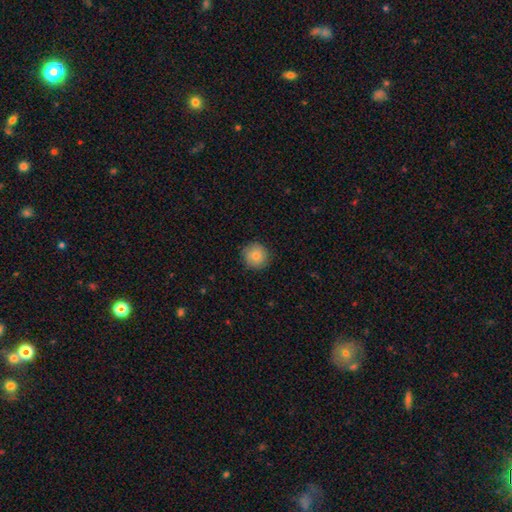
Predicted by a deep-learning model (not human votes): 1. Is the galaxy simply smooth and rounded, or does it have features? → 84% smooth, 8% featured or disk, 8% star or artifact.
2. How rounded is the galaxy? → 93% round, 6% in between, 1% cigar-shaped.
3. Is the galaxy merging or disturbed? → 85% none, 11% minor disturbance, 3% major disturbance, 1% merger.